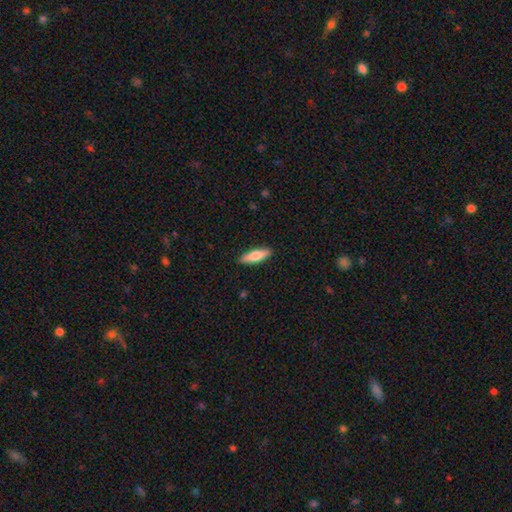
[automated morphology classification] smooth_or_featured: smooth (p=0.72) [alt: featured or disk p=0.22]
how_rounded: cigar-shaped (p=0.56) [alt: in between p=0.42]
merging: none (p=0.90) [alt: minor disturbance p=0.07]